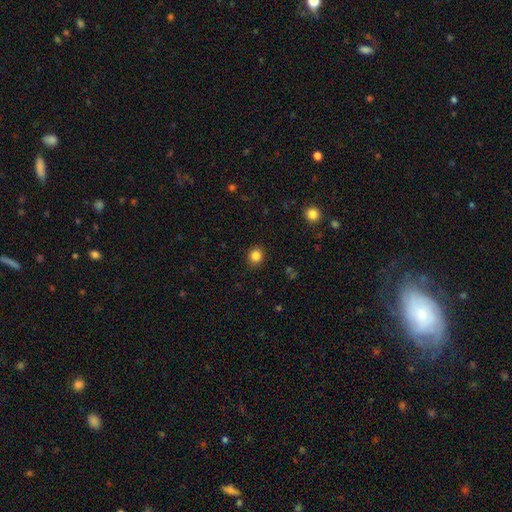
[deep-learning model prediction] Smooth or featured? Predicted: smooth (p=0.85). How rounded? Predicted: round (p=0.77). Merging? Predicted: none (p=0.90).